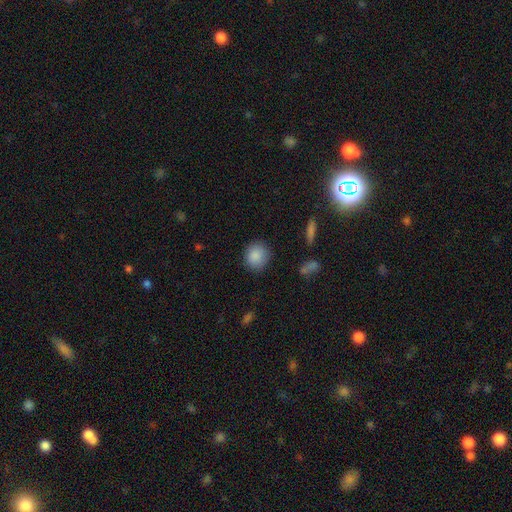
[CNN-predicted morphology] smooth-or-featured: smooth: 88% | star or artifact: 8% | featured or disk: 4%
  how-rounded: round: 85% | in between: 14% | cigar-shaped: 1%
  merging: none: 86% | minor disturbance: 9% | major disturbance: 3% | merger: 1%